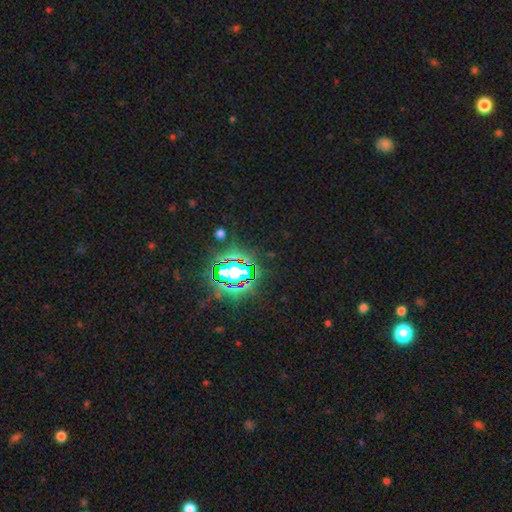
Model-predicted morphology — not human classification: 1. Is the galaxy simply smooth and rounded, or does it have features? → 81% star or artifact, 12% smooth, 7% featured or disk.